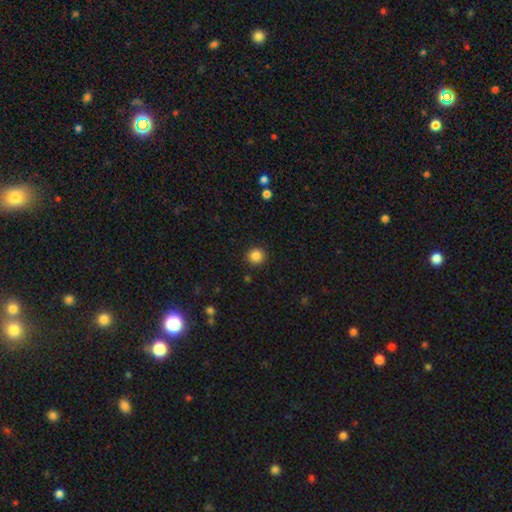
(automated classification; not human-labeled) A smooth galaxy with no disk features (85%) that is round (93%).

Vote fractions:
- Smooth or featured? smooth: 85% / star or artifact: 10% / featured or disk: 4%
- How rounded? round: 93% / in between: 6% / cigar-shaped: 1%
- Merging? none: 91% / minor disturbance: 6% / major disturbance: 2% / merger: 1%